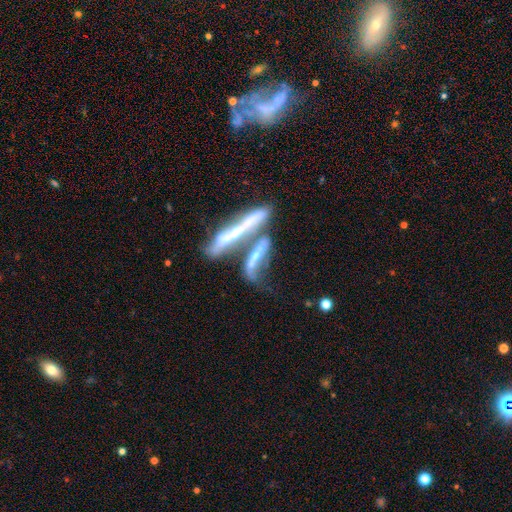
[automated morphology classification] A featured or disk galaxy (60%). Merging: merger (64%).